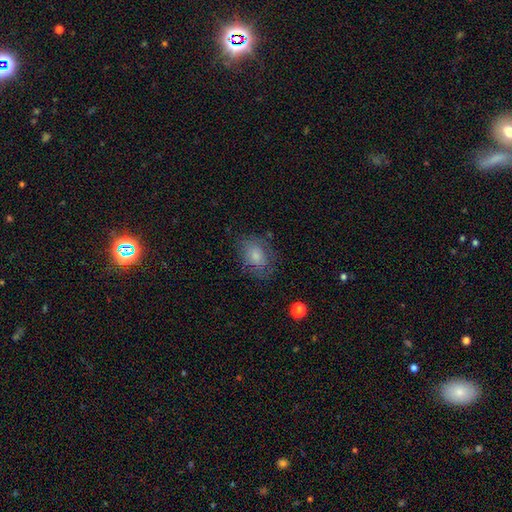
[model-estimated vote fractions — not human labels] Smooth or featured?
  - smooth: 66% *
  - featured or disk: 25%
  - star or artifact: 10%
How rounded?
  - in between: 71% *
  - round: 28%
  - cigar-shaped: 1%
Merging?
  - none: 66% *
  - minor disturbance: 22%
  - major disturbance: 11%
  - merger: 2%